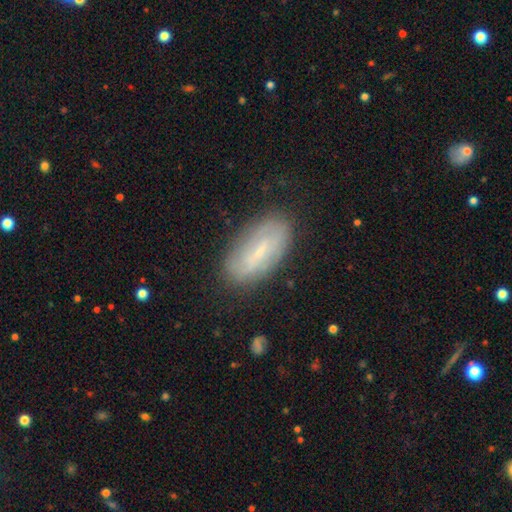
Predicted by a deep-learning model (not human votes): Smooth or featured?
  - featured or disk: 47% *
  - smooth: 44%
  - star or artifact: 9%
Merging?
  - none: 81% *
  - minor disturbance: 14%
  - major disturbance: 4%
  - merger: 1%